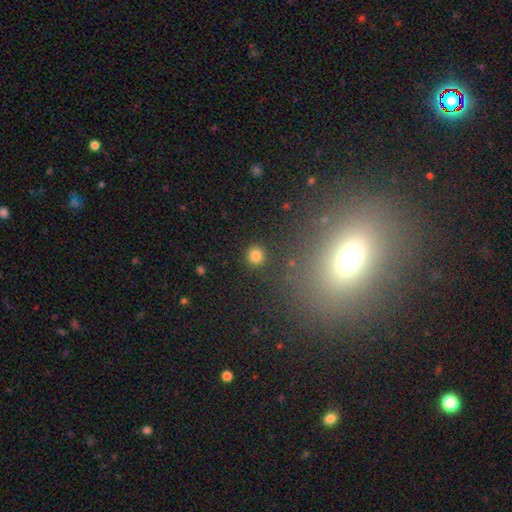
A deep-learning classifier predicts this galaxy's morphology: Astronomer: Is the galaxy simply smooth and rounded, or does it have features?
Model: smooth — 82%.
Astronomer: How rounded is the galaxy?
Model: round — 92%.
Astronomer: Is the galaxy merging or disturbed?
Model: none — 90%.